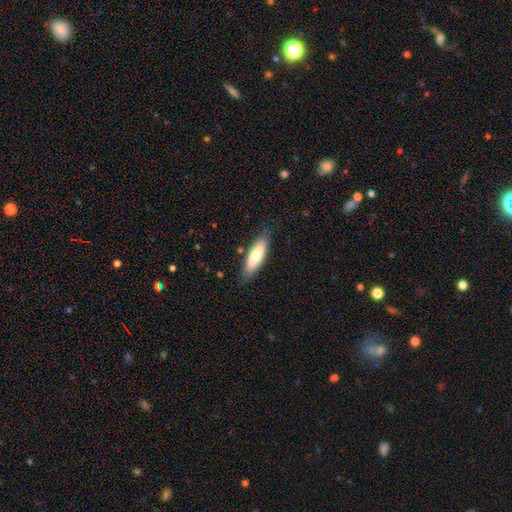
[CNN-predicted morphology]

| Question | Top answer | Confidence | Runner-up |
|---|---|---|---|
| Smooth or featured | smooth | 73% | featured or disk (21%) |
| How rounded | cigar-shaped | 52% | in between (47%) |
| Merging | none | 82% | minor disturbance (13%) |